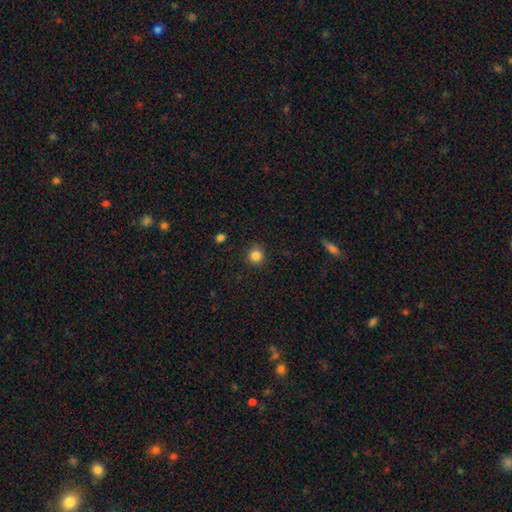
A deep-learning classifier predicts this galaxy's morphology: The model was most divided on "smooth or featured": smooth: 85%, star or artifact: 11%, featured or disk: 4%. More confident: how rounded — round (89%); merging — none (86%).